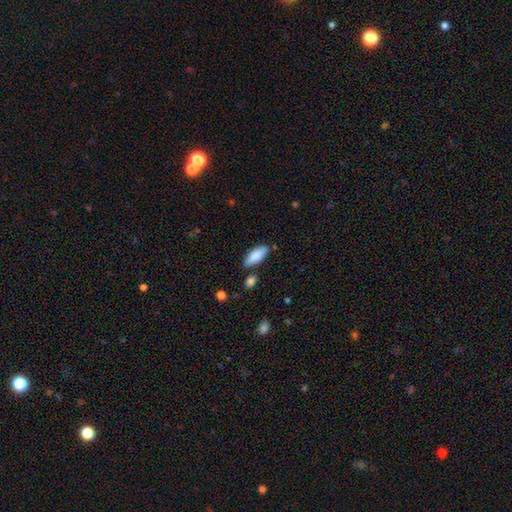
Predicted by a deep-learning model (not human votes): Q: Smooth or featured?
A: smooth (84%); runner-up: featured or disk (9%)
Q: How rounded?
A: in between (75%); runner-up: cigar-shaped (23%)
Q: Merging?
A: none (77%); runner-up: minor disturbance (14%)